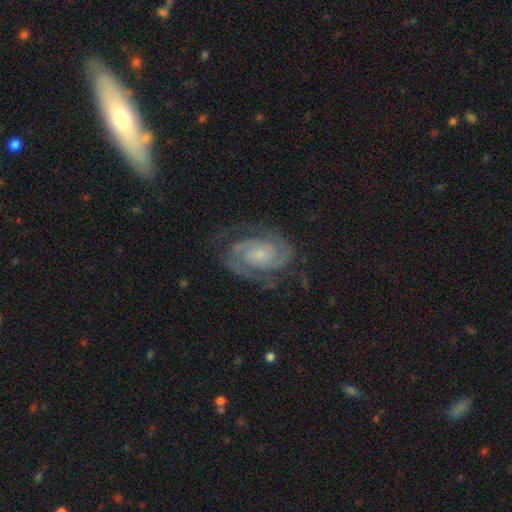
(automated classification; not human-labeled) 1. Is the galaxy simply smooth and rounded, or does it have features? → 83% featured or disk, 8% smooth, 8% star or artifact.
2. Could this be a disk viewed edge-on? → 97% no, 3% yes.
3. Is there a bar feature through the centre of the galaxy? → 62% no, 31% weak, 7% strong.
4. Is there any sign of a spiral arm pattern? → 96% yes, 4% no.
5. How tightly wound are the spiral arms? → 58% tight, 35% medium, 7% loose.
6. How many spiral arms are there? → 74% 2, 11% can't tell, 7% 3, 3% 1, 3% 4, 2% more than 4.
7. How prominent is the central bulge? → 54% small, 30% moderate, 10% none, 5% large, 2% dominant.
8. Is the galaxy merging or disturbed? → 77% none, 15% minor disturbance, 7% major disturbance, 2% merger.